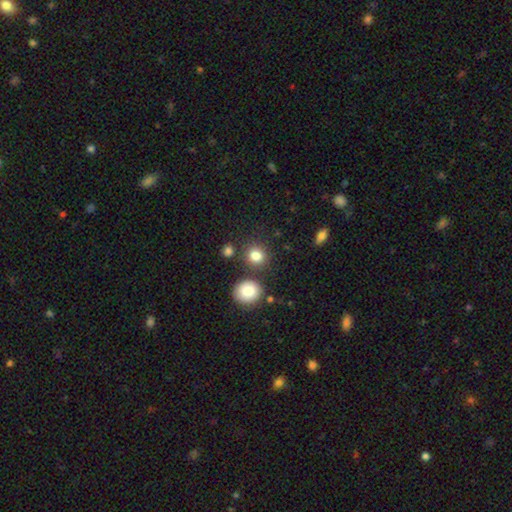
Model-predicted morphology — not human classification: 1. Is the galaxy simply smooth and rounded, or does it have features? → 83% smooth, 12% star or artifact, 5% featured or disk.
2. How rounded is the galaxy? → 83% round, 16% in between, 1% cigar-shaped.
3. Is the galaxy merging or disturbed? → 80% none, 9% minor disturbance, 8% merger, 4% major disturbance.